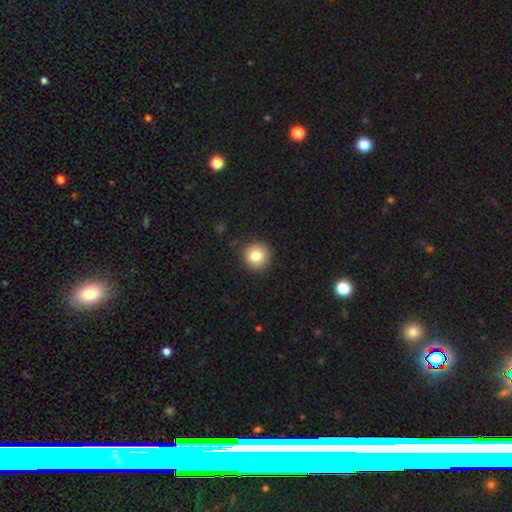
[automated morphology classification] This is clearly a smooth galaxy (81%). How rounded: clearly round (92%). Merging: clearly none (88%).